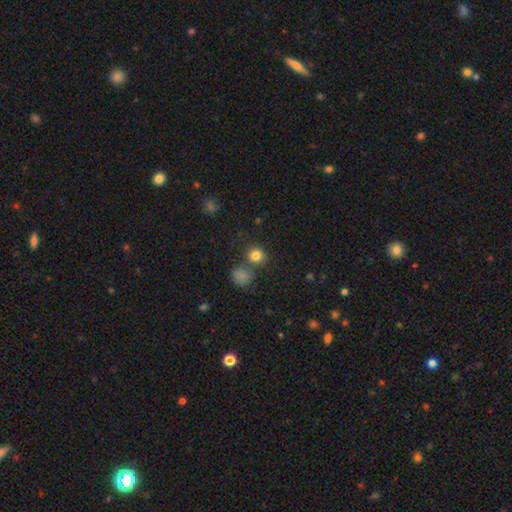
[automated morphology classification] A smooth galaxy with no disk features (82%) that is round (84%).

Vote fractions:
- Smooth or featured? smooth: 82% / star or artifact: 13% / featured or disk: 5%
- How rounded? round: 84% / in between: 15% / cigar-shaped: 1%
- Merging? none: 65% / merger: 22% / minor disturbance: 9% / major disturbance: 4%